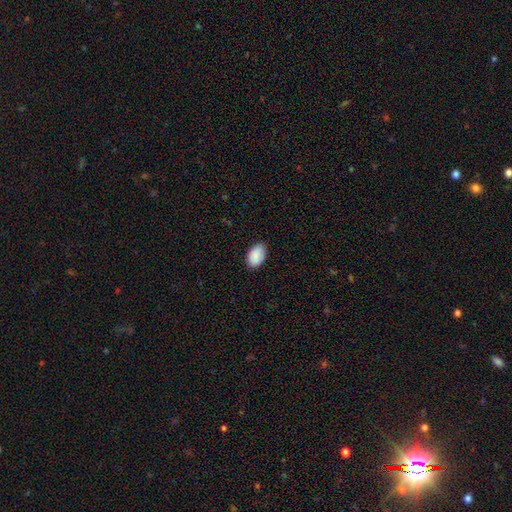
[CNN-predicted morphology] This appears to be a smooth galaxy with no disk features (90%) that is in between round and cigar-shaped (92%). Merging: none (81%).